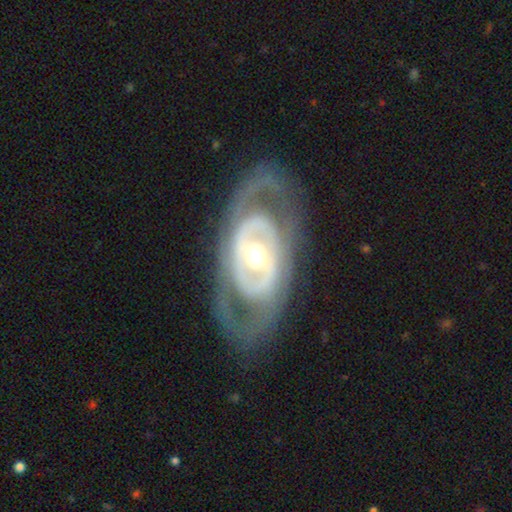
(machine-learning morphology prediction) This is clearly a featured or disk galaxy (83%). It is clearly not viewed edge-on (93%). Bar: possibly no (59%). Spiral arm pattern: possibly yes (58%). Central bulge: likely moderate (67%). Merging: likely none (76%).